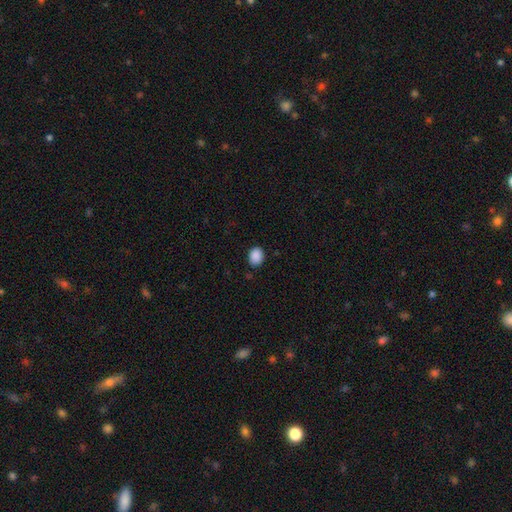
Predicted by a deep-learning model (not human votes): A smooth galaxy with no disk features (89%) that is in between round and cigar-shaped (52%).

Vote fractions:
- Smooth or featured? smooth: 89% / star or artifact: 8% / featured or disk: 3%
- How rounded? in between: 52% / round: 47% / cigar-shaped: 1%
- Merging? none: 87% / minor disturbance: 10% / major disturbance: 2% / merger: 1%